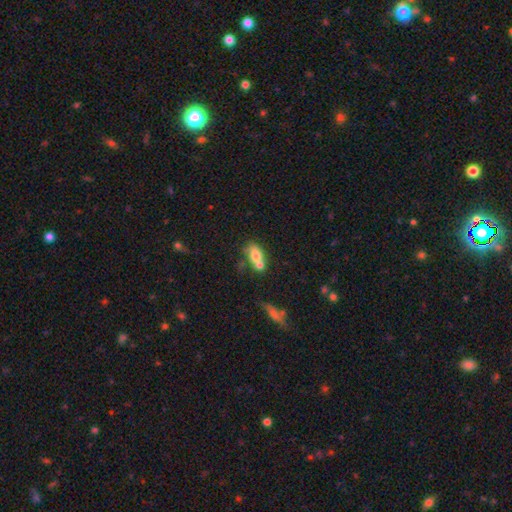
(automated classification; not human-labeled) A smooth galaxy with no disk features (71%) that is in between round and cigar-shaped (78%). Merging: merger (45%).